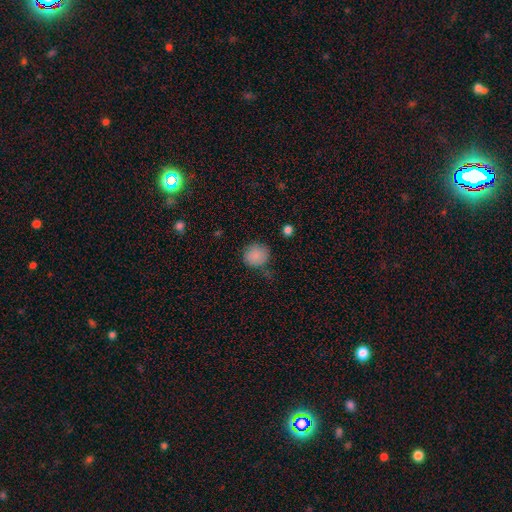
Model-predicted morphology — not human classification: A smooth galaxy with no disk features (87%) that is round (84%).

Vote fractions:
- Smooth or featured? smooth: 87% / star or artifact: 9% / featured or disk: 4%
- How rounded? round: 84% / in between: 15% / cigar-shaped: 1%
- Merging? none: 75% / minor disturbance: 18% / major disturbance: 5% / merger: 3%